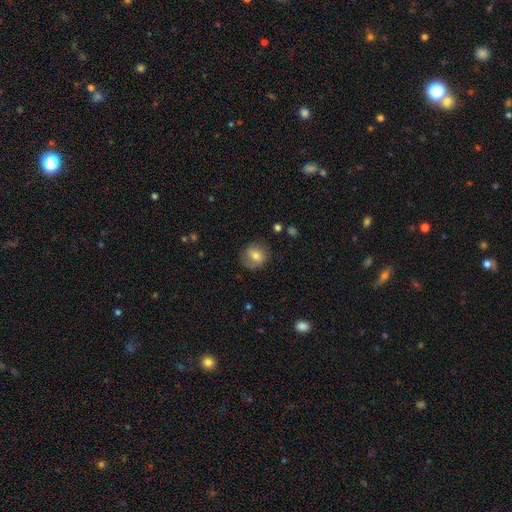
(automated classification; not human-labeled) Q: Smooth or featured?
A: smooth (66%); runner-up: featured or disk (25%)
Q: How rounded?
A: round (72%); runner-up: in between (26%)
Q: Merging?
A: none (74%); runner-up: minor disturbance (18%)